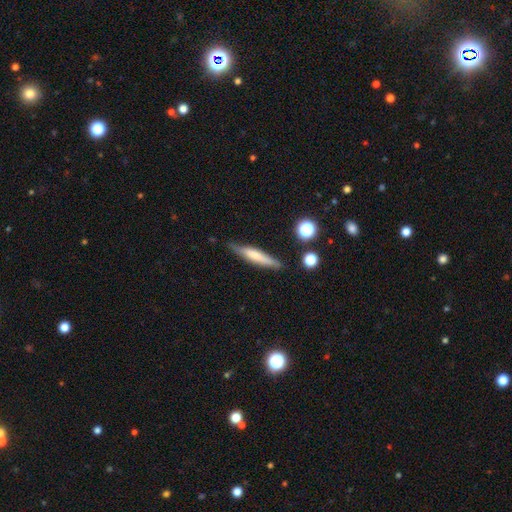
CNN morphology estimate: Q: Smooth or featured?
A: smooth (59%); runner-up: featured or disk (34%)
Q: How rounded?
A: cigar-shaped (87%); runner-up: in between (11%)
Q: Merging?
A: none (79%); runner-up: minor disturbance (15%)